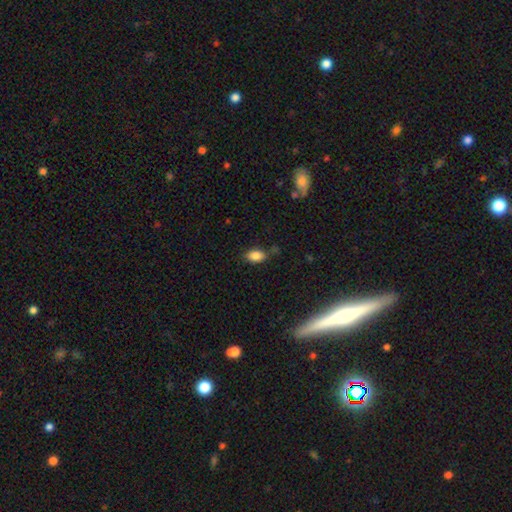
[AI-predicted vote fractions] This appears to be a smooth galaxy with no disk features (84%) that is in between round and cigar-shaped (89%). Merging: none (76%).